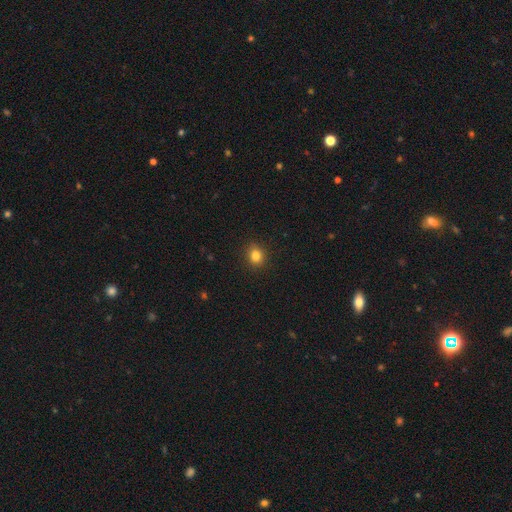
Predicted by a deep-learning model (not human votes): smooth-or-featured: smooth: 83% | star or artifact: 12% | featured or disk: 5%
  how-rounded: round: 73% | in between: 26% | cigar-shaped: 1%
  merging: none: 90% | minor disturbance: 7% | major disturbance: 2% | merger: 1%